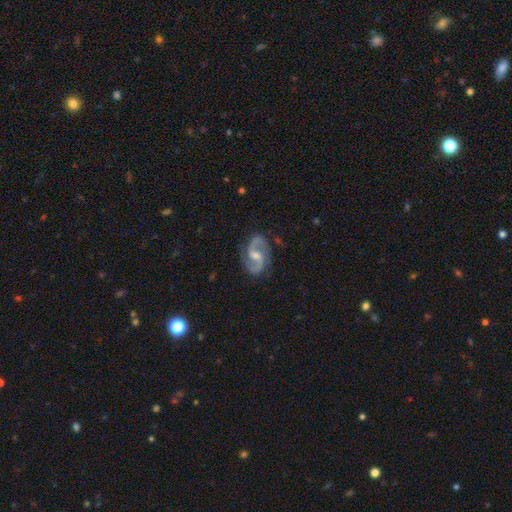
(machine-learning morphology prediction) Smooth or featured? Predicted: featured or disk (p=0.91). Edge-on disk? Predicted: no (p=0.98). Bar? Predicted: weak (p=0.50). Spiral arms? Predicted: yes (p=0.98). Spiral winding? Predicted: medium (p=0.59). Spiral arm count? Predicted: 2 (p=0.94). Bulge size? Predicted: moderate (p=0.61). Merging? Predicted: none (p=0.84).